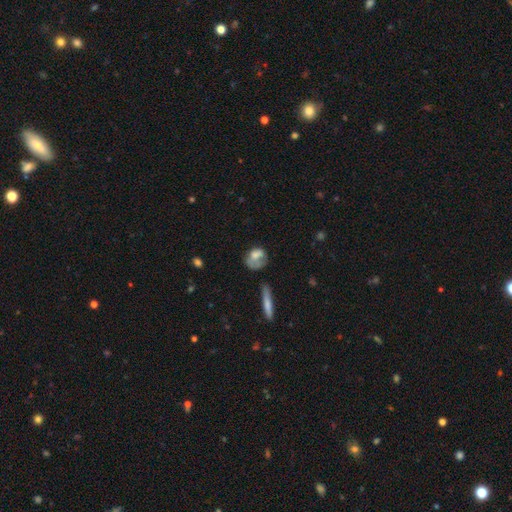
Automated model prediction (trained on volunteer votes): smooth_or_featured: smooth (p=0.62) [alt: featured or disk p=0.29]
how_rounded: in between (p=0.59) [alt: round p=0.37]
merging: none (p=0.33) [alt: major disturbance p=0.32]